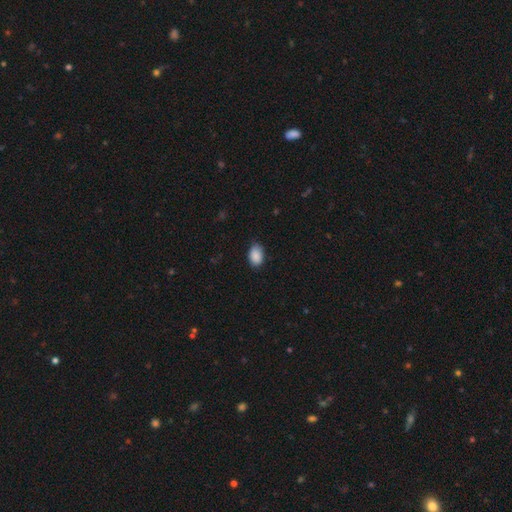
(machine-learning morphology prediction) Smooth or featured? smooth (89%)
How rounded? in between (87%)
Merging? none (79%)